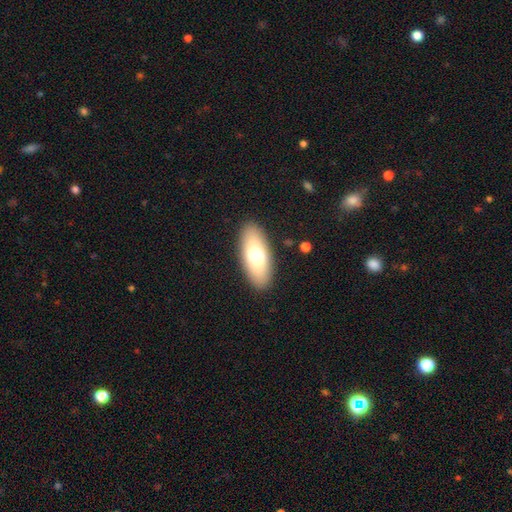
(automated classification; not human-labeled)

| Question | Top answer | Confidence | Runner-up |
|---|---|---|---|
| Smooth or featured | smooth | 66% | featured or disk (25%) |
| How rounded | in between | 84% | cigar-shaped (12%) |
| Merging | none | 88% | minor disturbance (8%) |